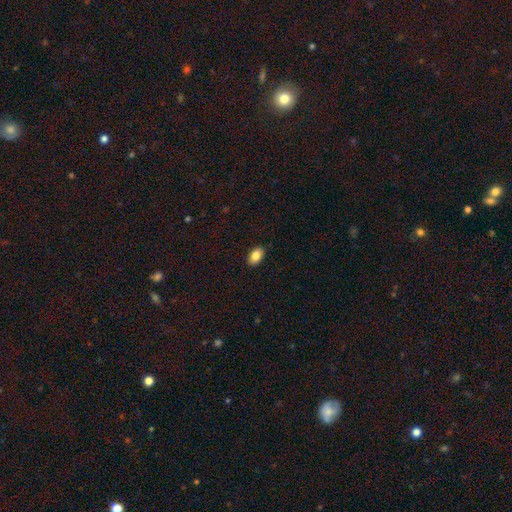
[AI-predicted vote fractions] smooth_or_featured: smooth (p=0.85) [alt: star or artifact p=0.08]
how_rounded: in between (p=0.91) [alt: round p=0.08]
merging: none (p=0.90) [alt: minor disturbance p=0.07]